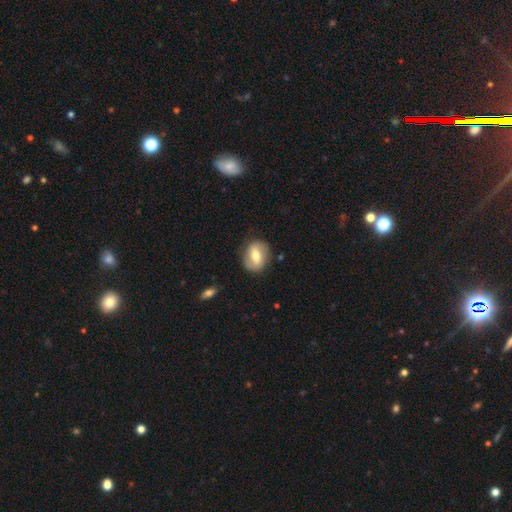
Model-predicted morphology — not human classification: smooth-or-featured: featured or disk: 50% | smooth: 43% | star or artifact: 6%
  disk-edge-on: no: 92% | yes: 8%
  merging: none: 80% | minor disturbance: 14% | major disturbance: 4% | merger: 1%